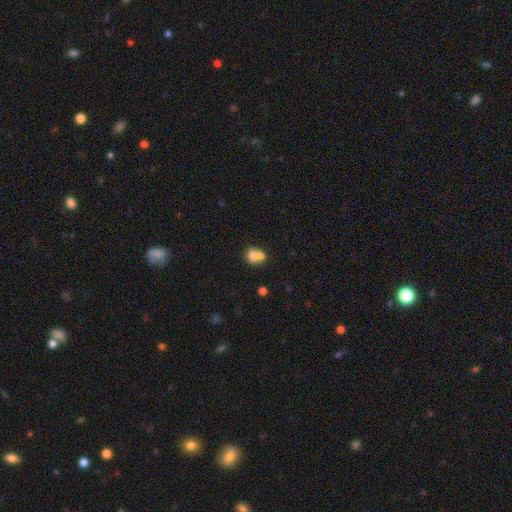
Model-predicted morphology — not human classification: Smooth or featured: smooth — 71% (featured or disk — 19%)
How rounded: in between — 50% (round — 49%)
Merging: merger — 66% (none — 23%)